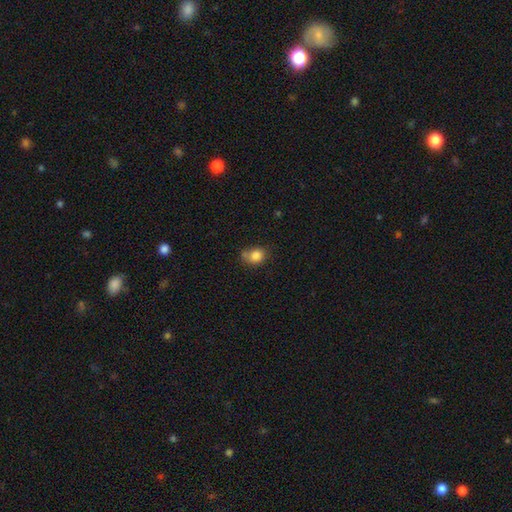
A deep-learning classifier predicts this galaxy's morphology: smooth_or_featured: smooth (p=0.83) [alt: star or artifact p=0.10]
how_rounded: round (p=0.56) [alt: in between p=0.43]
merging: none (p=0.53) [alt: minor disturbance p=0.24]